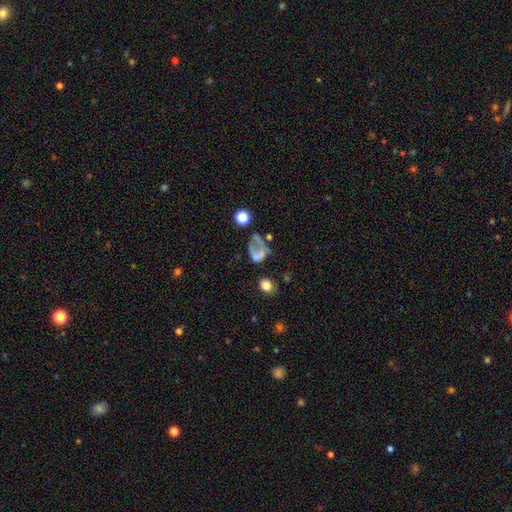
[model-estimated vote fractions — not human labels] Morphology: type=smooth (40%); merging=major disturbance (39%).